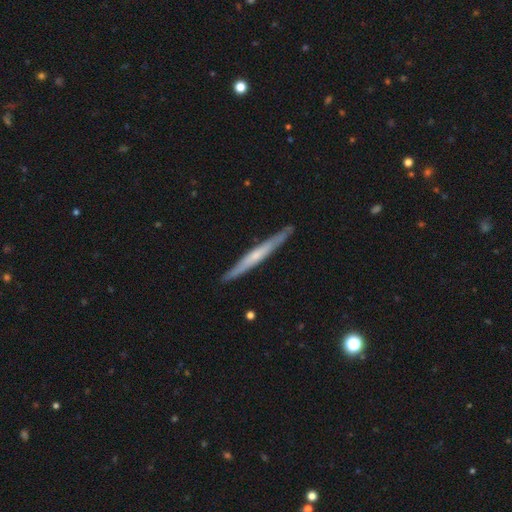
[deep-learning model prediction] This appears to be a featured or disk galaxy (60%) viewed edge-on (96%) with no central bulge (56%). Merging: none (90%).